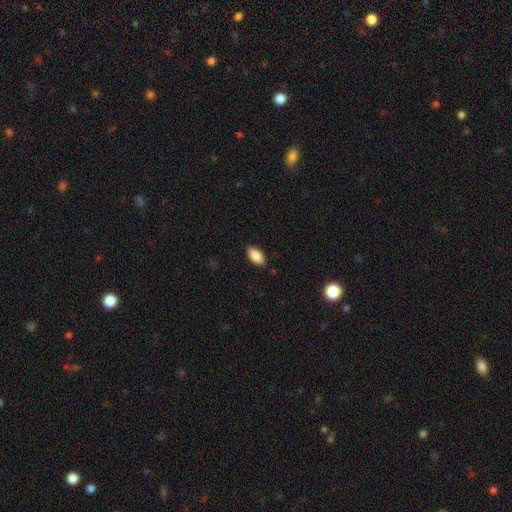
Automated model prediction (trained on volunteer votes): Smooth or featured? Predicted: smooth (p=0.85). How rounded? Predicted: in between (p=0.93). Merging? Predicted: none (p=0.87).